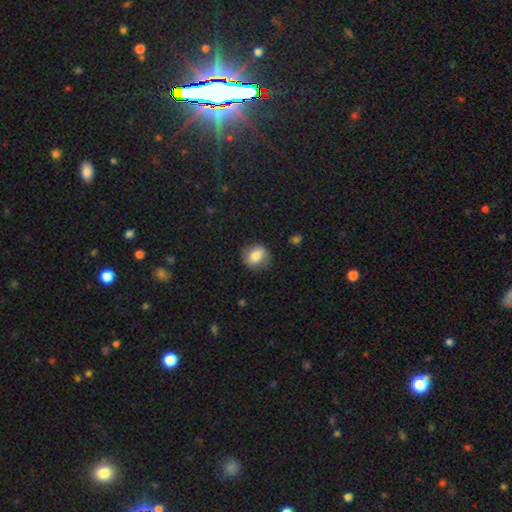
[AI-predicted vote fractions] Smooth or featured: smooth — 77% (featured or disk — 15%)
How rounded: round — 68% (in between — 31%)
Merging: none — 78% (minor disturbance — 16%)